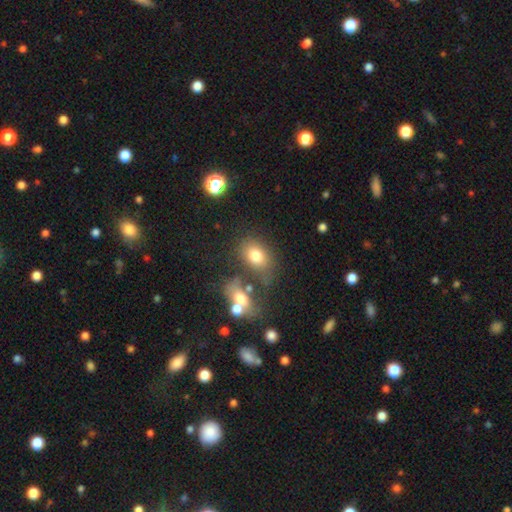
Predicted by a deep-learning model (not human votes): The model was most divided on "how rounded": in between: 67%, round: 31%, cigar-shaped: 1%. More confident: smooth or featured — smooth (75%); merging — none (55%).